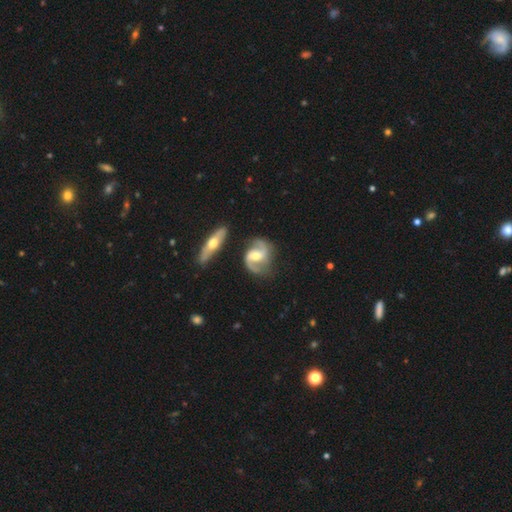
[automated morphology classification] Smooth or featured: featured or disk — 88% (smooth — 8%)
Edge-on disk: no — 96% (yes — 4%)
Bar: weak — 45% (no — 32%)
Spiral arms: yes — 96% (no — 4%)
Spiral winding: medium — 54% (loose — 28%)
Spiral arm count: 2 — 91% (can't tell — 3%)
Bulge size: moderate — 61% (small — 32%)
Merging: none — 72% (minor disturbance — 16%)